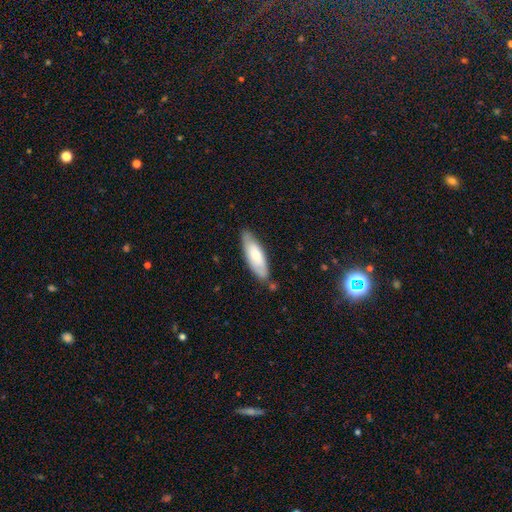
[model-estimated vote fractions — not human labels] Smooth or featured? smooth (66%)
How rounded? in between (55%)
Merging? none (76%)